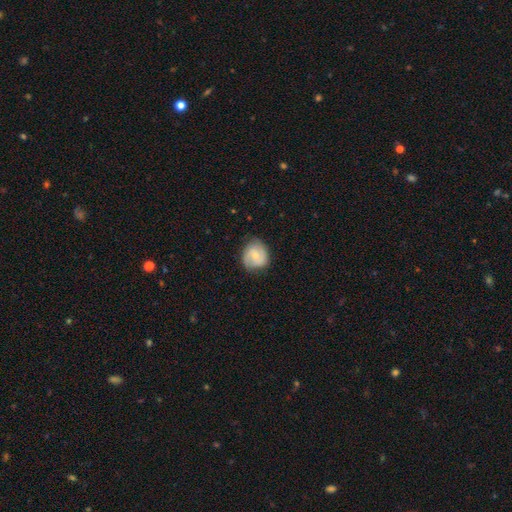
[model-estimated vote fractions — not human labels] This appears to be a featured or disk galaxy (50%). Merging: none (75%).